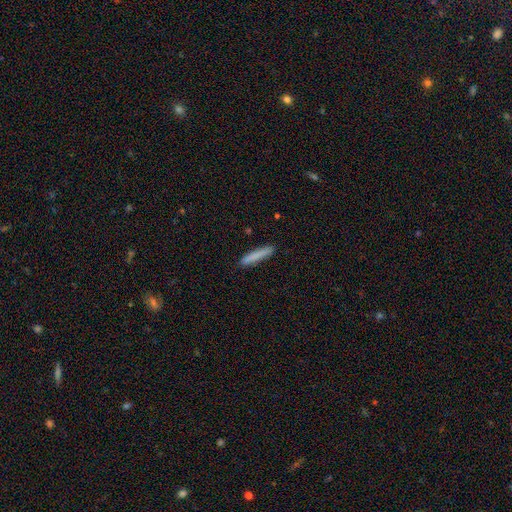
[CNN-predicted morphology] smooth-or-featured: smooth: 82% | featured or disk: 12% | star or artifact: 6%
  how-rounded: cigar-shaped: 93% | in between: 5% | round: 1%
  merging: none: 90% | minor disturbance: 7% | major disturbance: 2% | merger: 1%